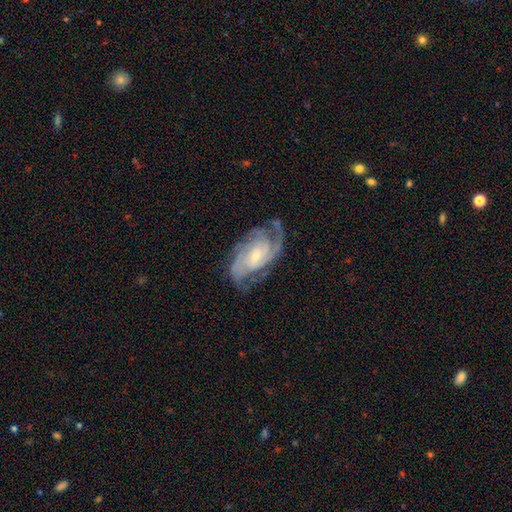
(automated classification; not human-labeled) The model was most divided on "spiral winding": tight: 46%, medium: 44%, loose: 11%. Remaining: spiral arms — yes (97%); edge-on disk — no (96%); smooth or featured — featured or disk (88%); merging — none (71%); bulge size — small (65%); bar — no (52%); spiral arm count — 2 (42%).